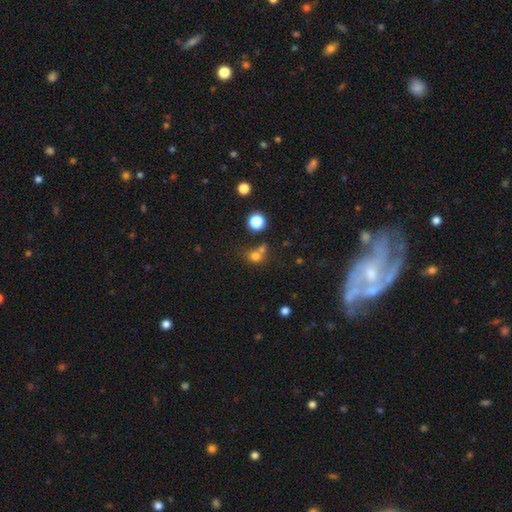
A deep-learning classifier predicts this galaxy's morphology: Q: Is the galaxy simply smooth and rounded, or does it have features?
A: smooth — 73%.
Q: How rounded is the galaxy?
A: round — 78%.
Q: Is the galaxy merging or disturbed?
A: none — 50%.